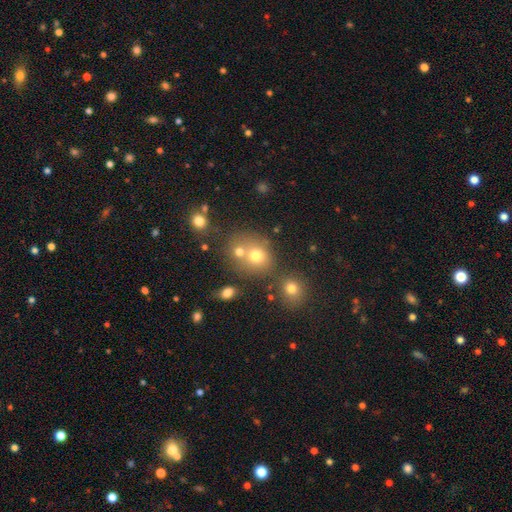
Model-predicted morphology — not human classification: Q: Smooth or featured?
A: smooth (72%); runner-up: star or artifact (17%)
Q: How rounded?
A: round (74%); runner-up: in between (25%)
Q: Merging?
A: none (52%); runner-up: merger (32%)